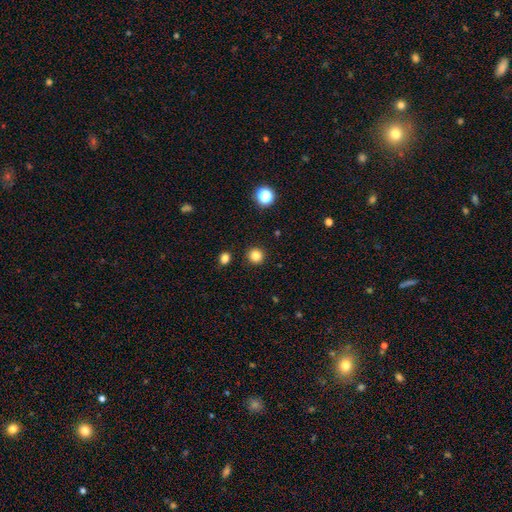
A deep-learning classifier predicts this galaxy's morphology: Smooth or featured: smooth — 83% (star or artifact — 13%)
How rounded: round — 94% (in between — 5%)
Merging: none — 92% (minor disturbance — 5%)